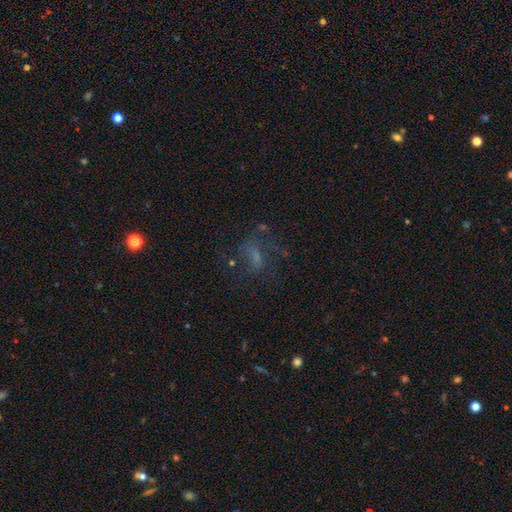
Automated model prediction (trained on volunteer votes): Smooth or featured: featured or disk — 37% (smooth — 36%)
Merging: none — 50% (major disturbance — 28%)